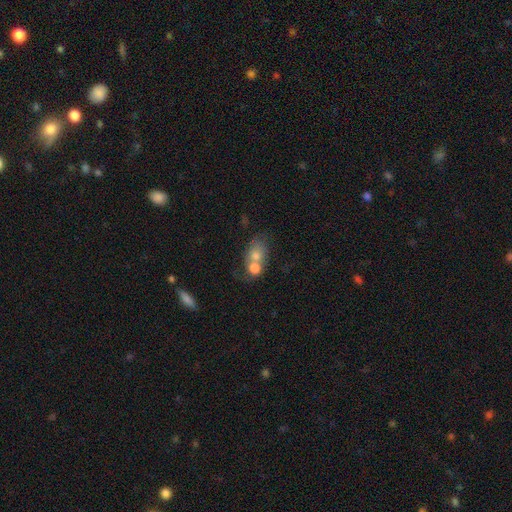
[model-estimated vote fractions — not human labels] Overall: smooth (68%). How rounded: in between (55%; round 44%). Merging: merger (67%).